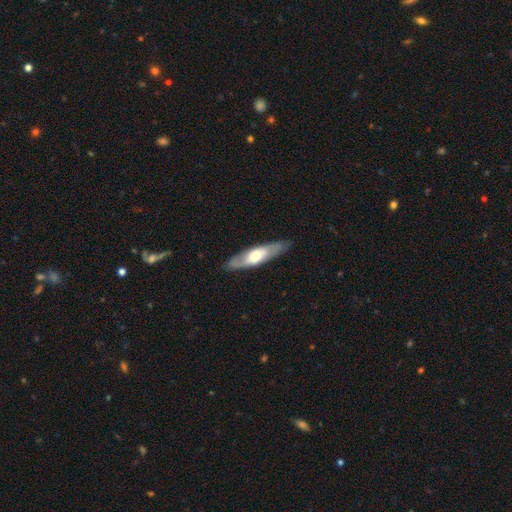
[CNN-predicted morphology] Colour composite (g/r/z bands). It shows a featured or disk galaxy (57%) viewed edge-on (53%). Merging: none (84%).